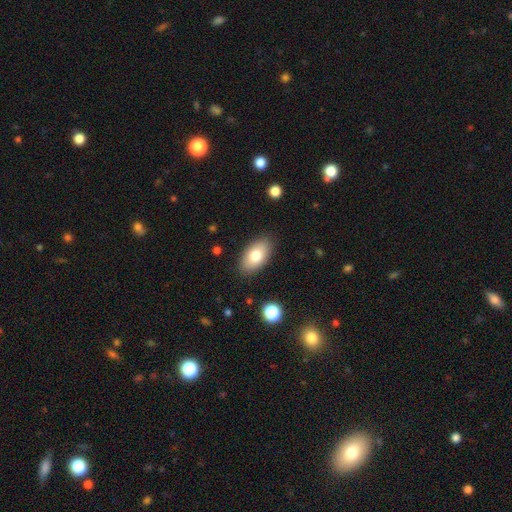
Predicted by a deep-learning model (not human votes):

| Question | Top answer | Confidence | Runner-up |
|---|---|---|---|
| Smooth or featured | smooth | 77% | featured or disk (16%) |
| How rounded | in between | 93% | round (4%) |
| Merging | none | 86% | minor disturbance (10%) |